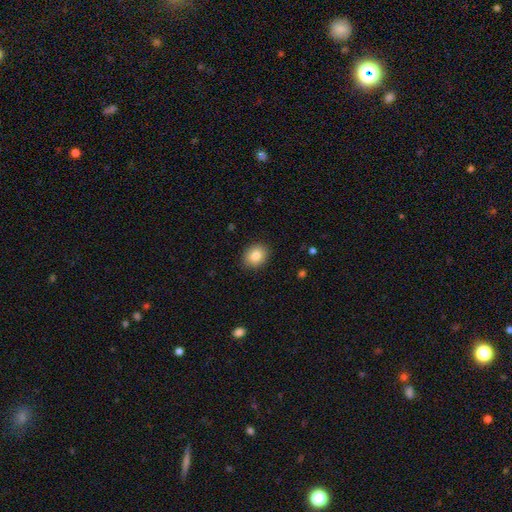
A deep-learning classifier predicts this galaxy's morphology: Q: Smooth or featured?
A: smooth (84%); runner-up: star or artifact (8%)
Q: How rounded?
A: round (58%); runner-up: in between (42%)
Q: Merging?
A: none (89%); runner-up: minor disturbance (8%)